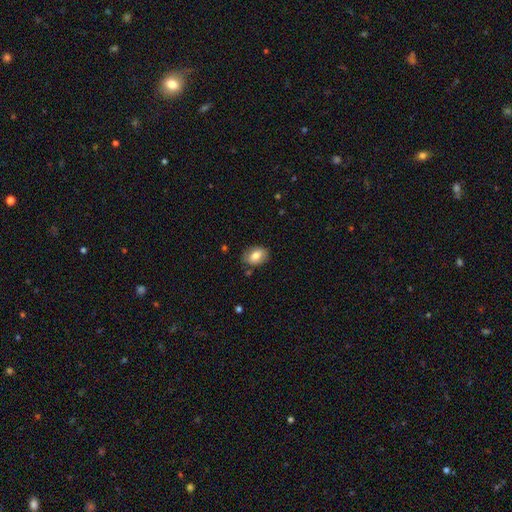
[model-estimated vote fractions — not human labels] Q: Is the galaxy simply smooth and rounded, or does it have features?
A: smooth — 75%.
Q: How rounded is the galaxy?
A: in between — 78%.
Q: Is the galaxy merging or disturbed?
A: none — 80%.